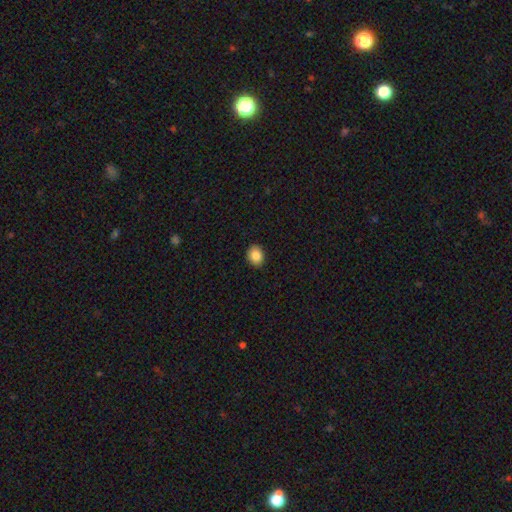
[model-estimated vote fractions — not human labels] The model was most divided on "how rounded": round: 53%, in between: 46%, cigar-shaped: 1%. More confident: merging — none (91%); smooth or featured — smooth (86%).